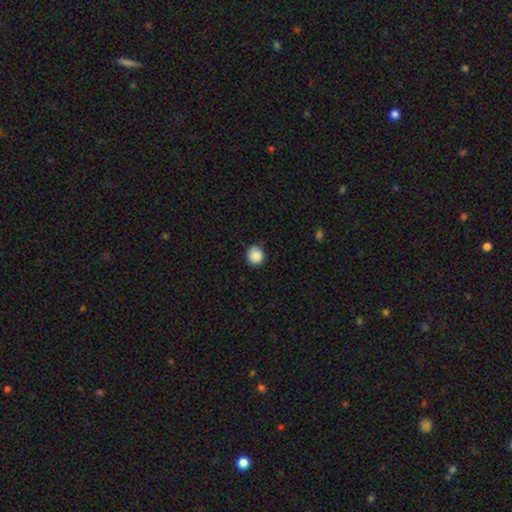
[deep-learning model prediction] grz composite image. It shows a smooth galaxy with no disk features (88%) that is round (89%). Merging: none (85%).